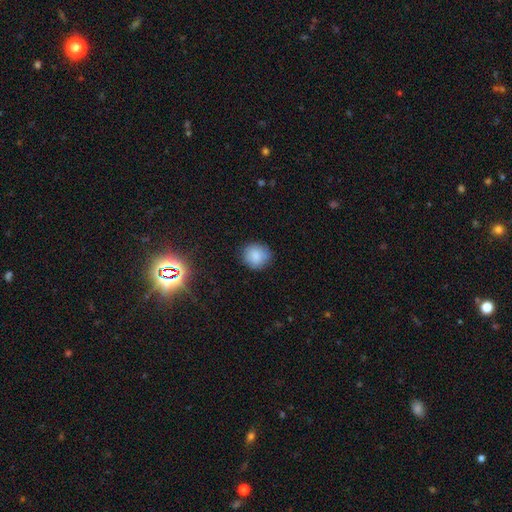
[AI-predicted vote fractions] The model was most divided on "how rounded": round: 83%, in between: 16%, cigar-shaped: 1%. More confident: smooth or featured — smooth (85%); merging — none (83%).